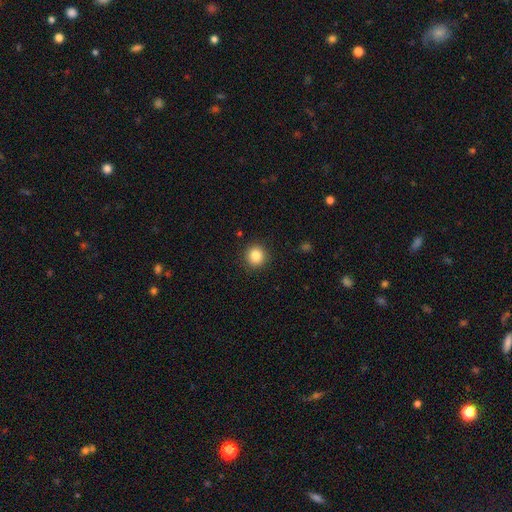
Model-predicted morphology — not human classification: A smooth galaxy with no disk features (85%) that is round (93%).

Vote fractions:
- Smooth or featured? smooth: 85% / star or artifact: 10% / featured or disk: 5%
- How rounded? round: 93% / in between: 6% / cigar-shaped: 1%
- Merging? none: 91% / minor disturbance: 6% / major disturbance: 2% / merger: 1%